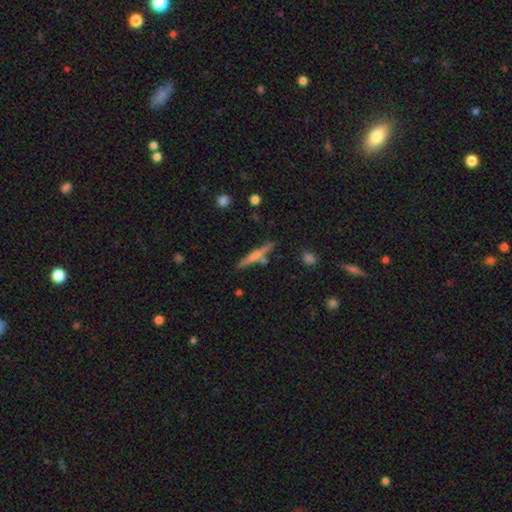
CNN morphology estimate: smooth_or_featured: smooth (p=0.54) [alt: featured or disk p=0.40]
how_rounded: cigar-shaped (p=0.92) [alt: in between p=0.06]
merging: none (p=0.77) [alt: minor disturbance p=0.12]